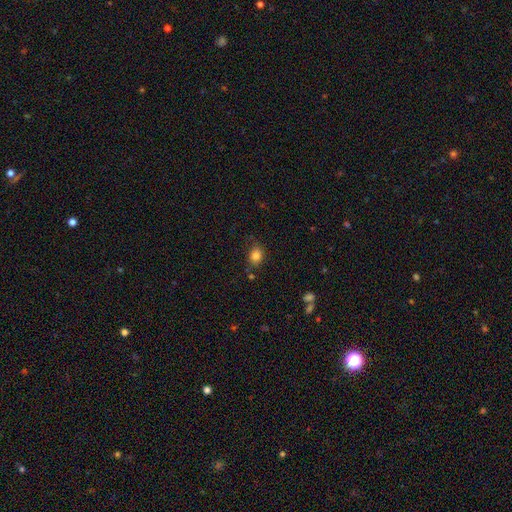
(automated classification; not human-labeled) Smooth or featured? smooth (83%)
How rounded? in between (49%, tied with round)
Merging? none (71%)